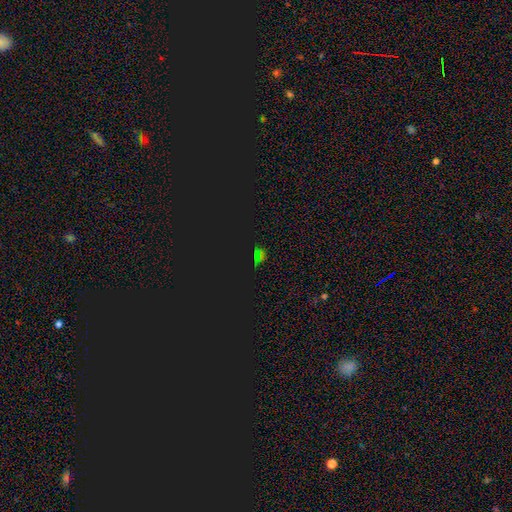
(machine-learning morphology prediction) Smooth or featured? Predicted: star or artifact (p=0.78).